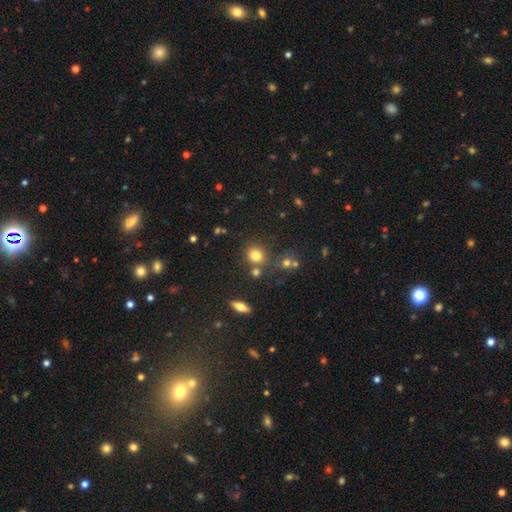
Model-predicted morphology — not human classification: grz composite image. It shows a smooth galaxy with no disk features (77%) that is round (76%). Merging: none (70%).